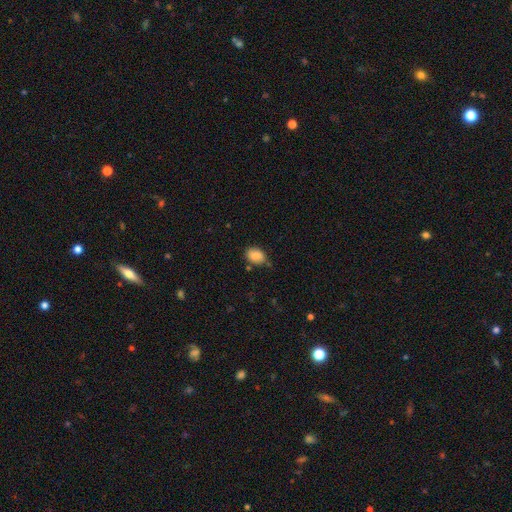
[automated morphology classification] A smooth galaxy with no disk features (81%) that is in between round and cigar-shaped (71%). Merging: none (75%).